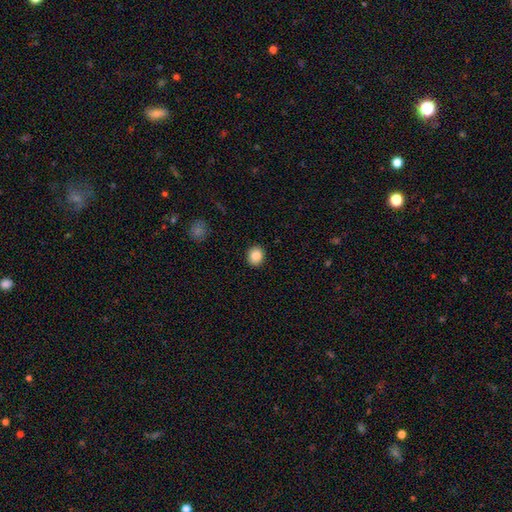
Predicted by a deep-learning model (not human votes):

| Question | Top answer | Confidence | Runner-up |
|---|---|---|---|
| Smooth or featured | smooth | 85% | star or artifact (9%) |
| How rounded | round | 67% | in between (32%) |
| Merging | none | 91% | minor disturbance (6%) |